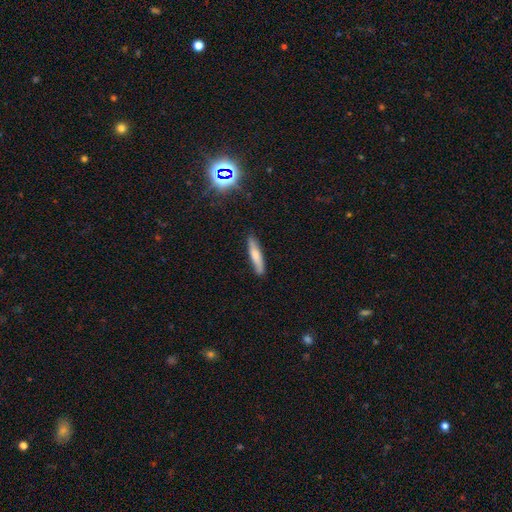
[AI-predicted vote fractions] The model was most divided on "smooth or featured": smooth: 72%, featured or disk: 22%, star or artifact: 6%. More confident: how rounded — cigar-shaped (87%); merging — none (85%).